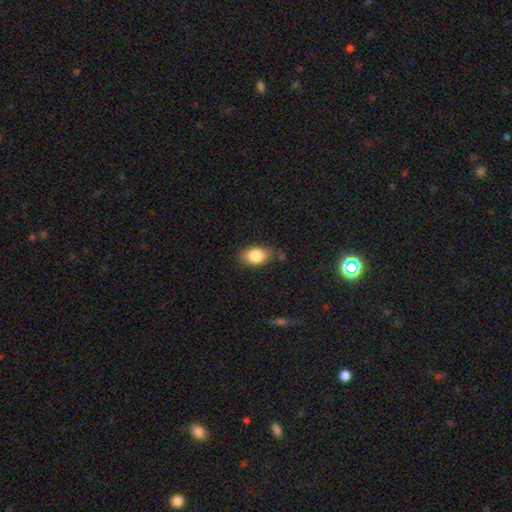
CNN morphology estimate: smooth 84%, featured or disk 8%, star or artifact 8%. Down the decision tree: how rounded — in between (83%); merging — none (71%).